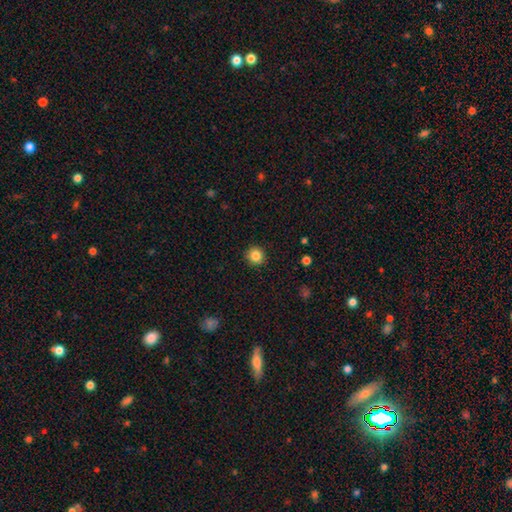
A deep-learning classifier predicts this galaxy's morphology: smooth 85%, star or artifact 10%, featured or disk 5%. Down the decision tree: how rounded — round (92%); merging — none (92%).